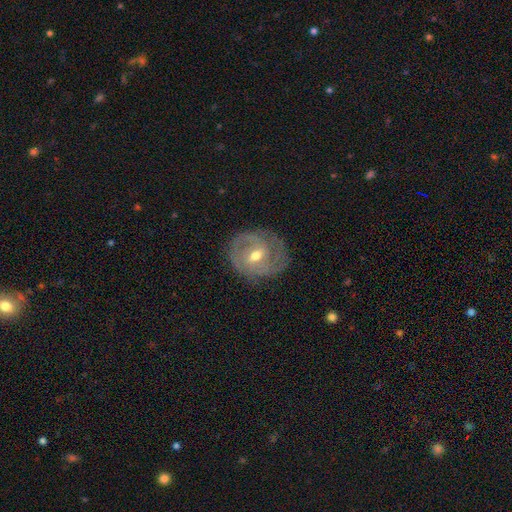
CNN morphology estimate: This appears to be a featured or disk galaxy (76%) with a weak bar (54%), 2 (45%) tight (59%) spiral arms (82%) and a moderate central bulge (70%). Merging: none (73%).